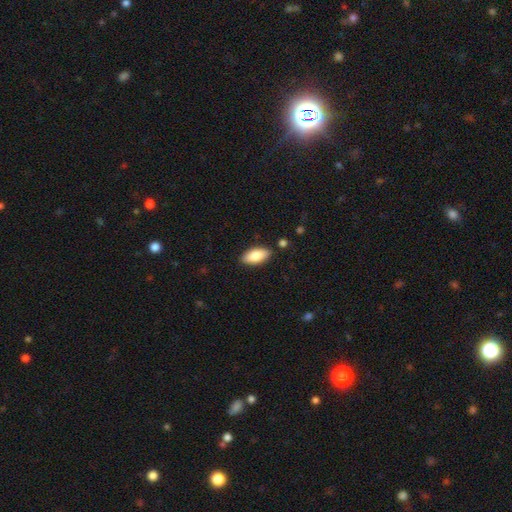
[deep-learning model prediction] smooth-or-featured: smooth: 85% | featured or disk: 9% | star or artifact: 6%
  how-rounded: in between: 89% | cigar-shaped: 9% | round: 2%
  merging: none: 87% | minor disturbance: 9% | major disturbance: 2% | merger: 2%